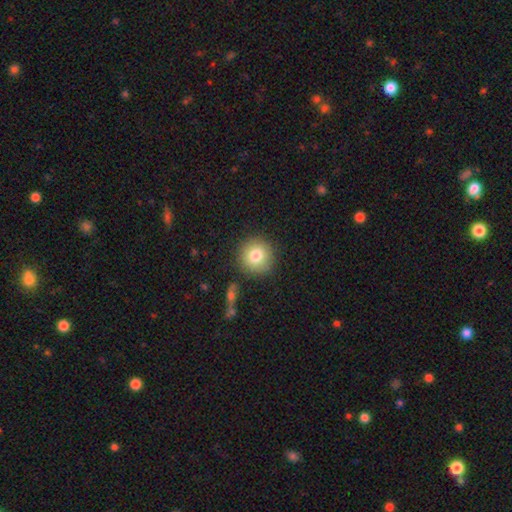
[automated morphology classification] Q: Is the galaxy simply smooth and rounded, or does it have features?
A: smooth — 80%.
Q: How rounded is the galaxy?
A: round — 94%.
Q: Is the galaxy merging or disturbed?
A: none — 87%.